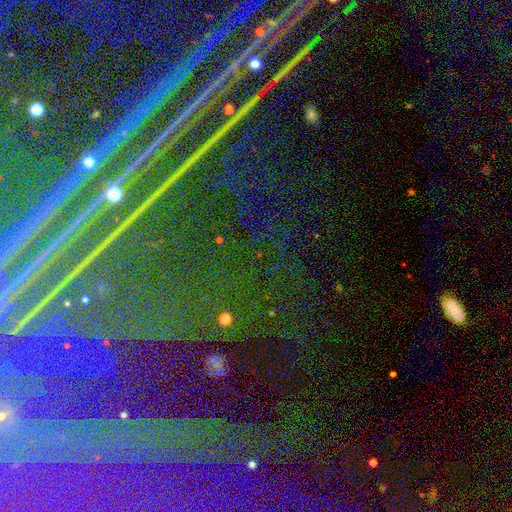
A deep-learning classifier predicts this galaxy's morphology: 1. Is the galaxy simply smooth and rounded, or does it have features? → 86% star or artifact, 9% featured or disk, 6% smooth.